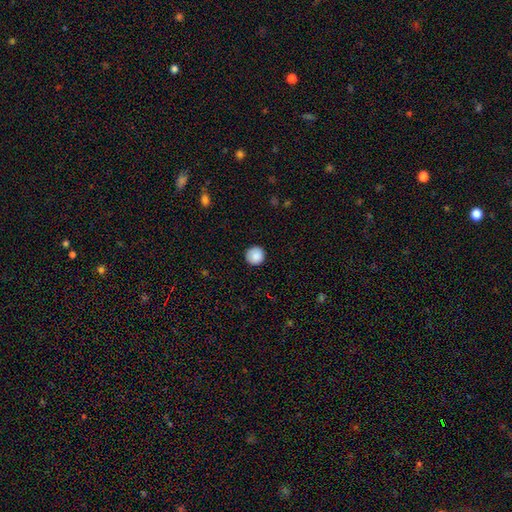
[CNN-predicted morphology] smooth 88%, star or artifact 8%, featured or disk 3%. Down the decision tree: how rounded — round (95%); merging — none (90%).